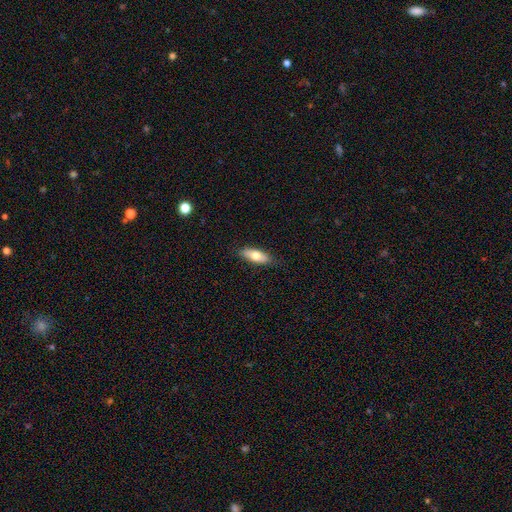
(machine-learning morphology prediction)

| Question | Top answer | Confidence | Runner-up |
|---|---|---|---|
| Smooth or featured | smooth | 71% | featured or disk (23%) |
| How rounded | in between | 73% | cigar-shaped (25%) |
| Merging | none | 85% | minor disturbance (12%) |